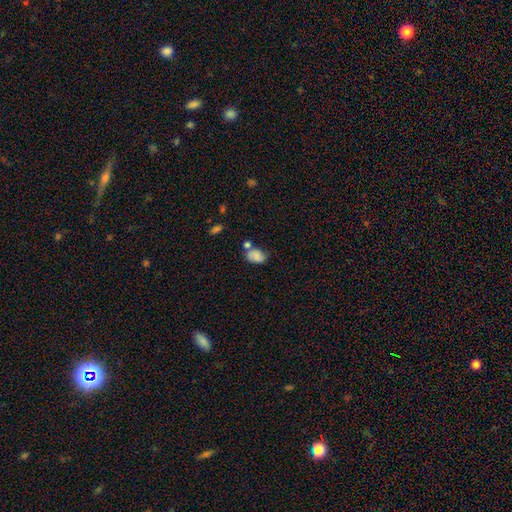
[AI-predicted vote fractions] Morphology: type=smooth (75%); roundness=in between (80%); merging=none (45%).